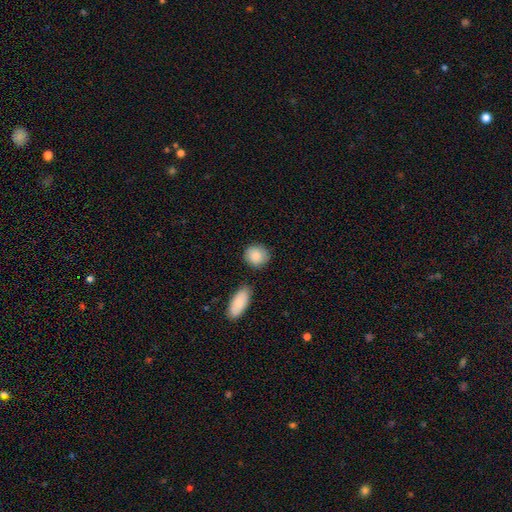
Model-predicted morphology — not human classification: Overall: smooth (87%). How rounded: round (77%). Merging: none (79%).